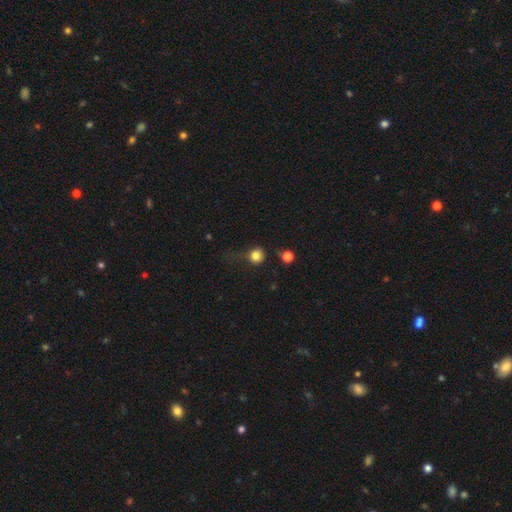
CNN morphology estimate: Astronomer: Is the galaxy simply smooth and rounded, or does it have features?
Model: smooth — 80%.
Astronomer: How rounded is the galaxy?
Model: round — 89%.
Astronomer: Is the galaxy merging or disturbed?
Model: none — 56%.